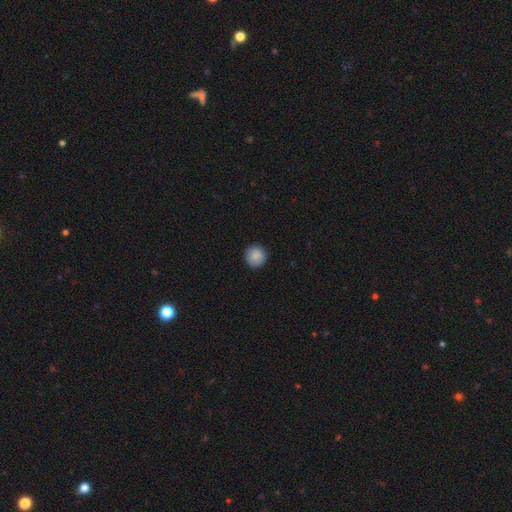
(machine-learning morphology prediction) Q: Smooth or featured?
A: smooth (88%); runner-up: star or artifact (8%)
Q: How rounded?
A: round (94%); runner-up: in between (5%)
Q: Merging?
A: none (91%); runner-up: minor disturbance (6%)